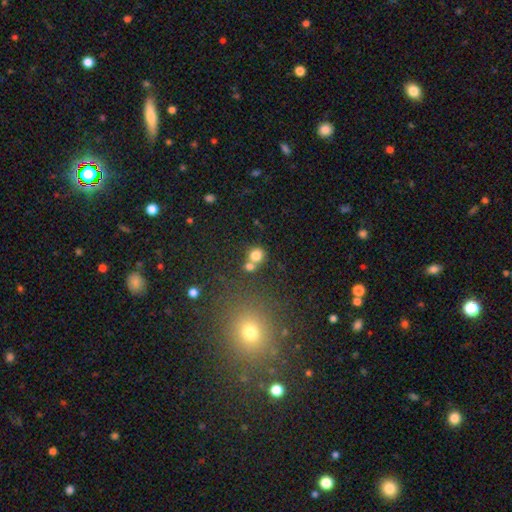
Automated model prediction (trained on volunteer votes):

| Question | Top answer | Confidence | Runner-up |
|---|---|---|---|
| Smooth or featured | smooth | 78% | star or artifact (13%) |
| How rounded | round | 85% | in between (14%) |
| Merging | none | 51% | merger (37%) |